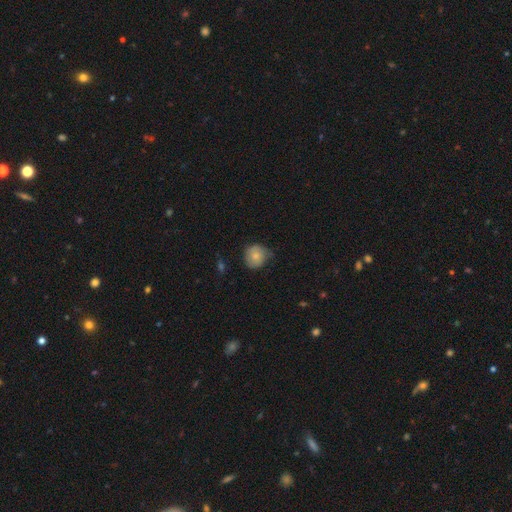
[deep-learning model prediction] This is likely a smooth galaxy (78%). How rounded: clearly round (88%). Merging: likely none (68%).